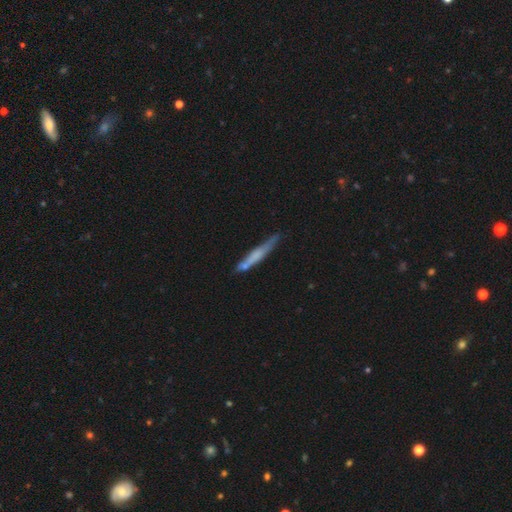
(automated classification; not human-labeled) smooth_or_featured: smooth (p=0.53) [alt: featured or disk p=0.40]
how_rounded: cigar-shaped (p=0.93) [alt: in between p=0.05]
merging: none (p=0.66) [alt: minor disturbance p=0.20]